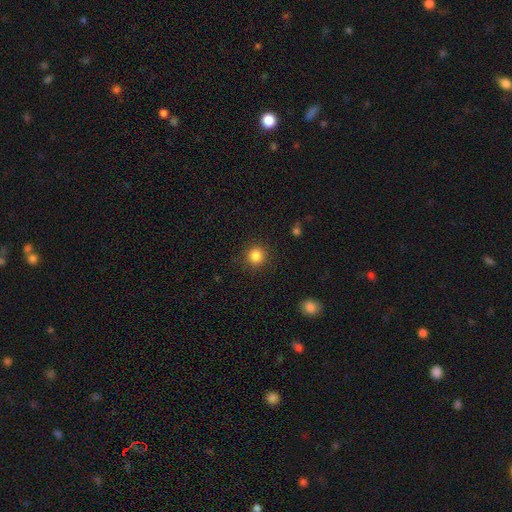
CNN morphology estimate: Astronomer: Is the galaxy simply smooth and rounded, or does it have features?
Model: smooth — 84%.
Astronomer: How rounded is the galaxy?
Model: round — 93%.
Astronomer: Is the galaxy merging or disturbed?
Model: none — 90%.